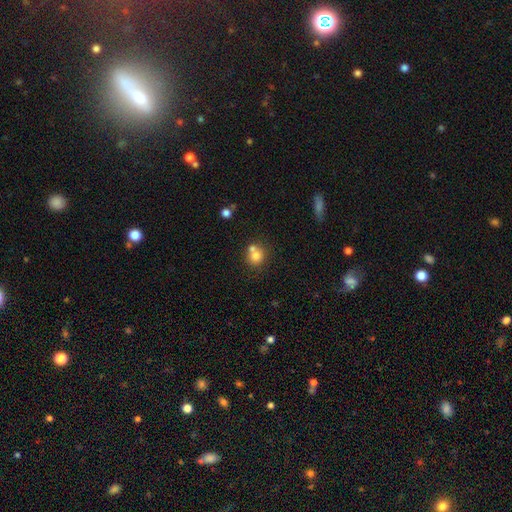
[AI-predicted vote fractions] smooth-or-featured: smooth: 76% | featured or disk: 13% | star or artifact: 11%
  how-rounded: round: 83% | in between: 16% | cigar-shaped: 1%
  merging: none: 47% | merger: 41% | minor disturbance: 9% | major disturbance: 3%